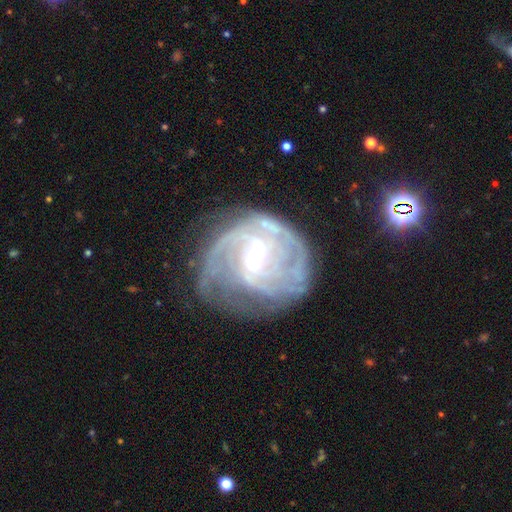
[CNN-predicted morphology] smooth_or_featured: featured or disk (p=0.87) [alt: smooth p=0.06]
disk_edge_on: no (p=0.97) [alt: yes p=0.03]
bar: weak (p=0.48) [alt: no p=0.35]
has_spiral_arms: yes (p=0.95) [alt: no p=0.05]
spiral_winding: tight (p=0.60) [alt: medium p=0.30]
spiral_arm_count: can't tell (p=0.32) [alt: 2 p=0.22]
bulge_size: moderate (p=0.55) [alt: small p=0.39]
merging: none (p=0.60) [alt: minor disturbance p=0.23]